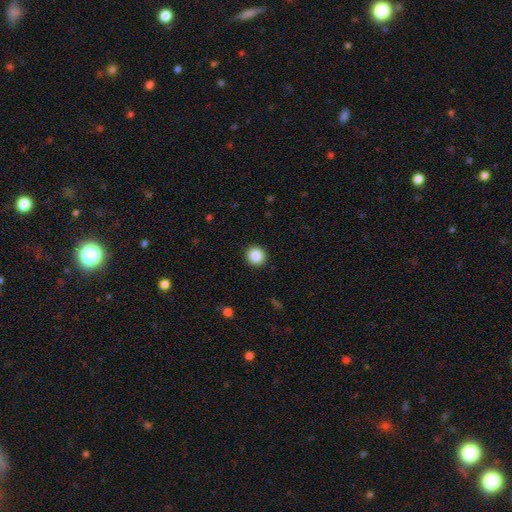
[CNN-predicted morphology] Smooth or featured? Predicted: smooth (p=0.87). How rounded? Predicted: round (p=0.92). Merging? Predicted: none (p=0.92).